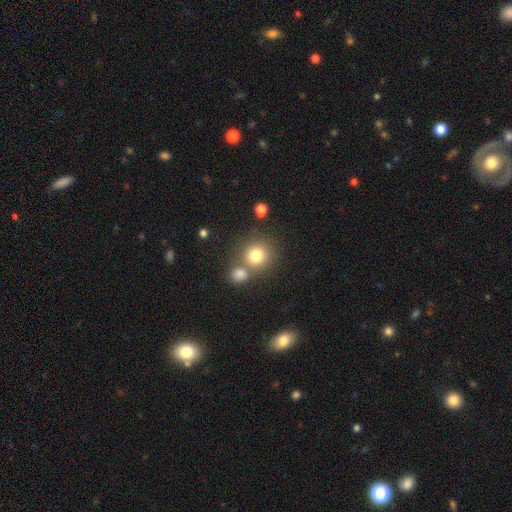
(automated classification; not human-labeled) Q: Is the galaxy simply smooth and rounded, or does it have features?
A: smooth — 78%.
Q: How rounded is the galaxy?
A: round — 88%.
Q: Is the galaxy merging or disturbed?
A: none — 60%.